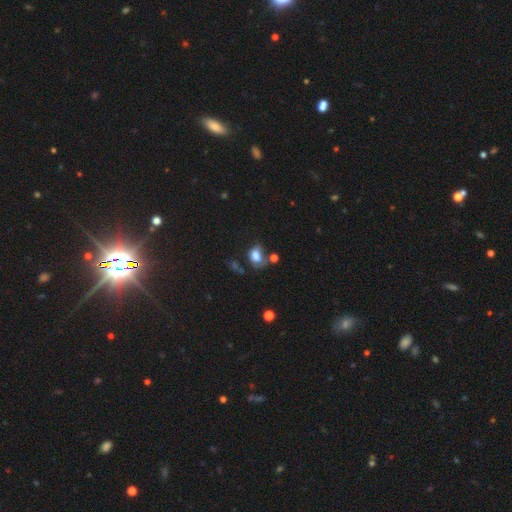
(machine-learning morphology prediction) Smooth or featured? Predicted: smooth (p=0.77). How rounded? Predicted: in between (p=0.67). Merging? Predicted: none (p=0.42).